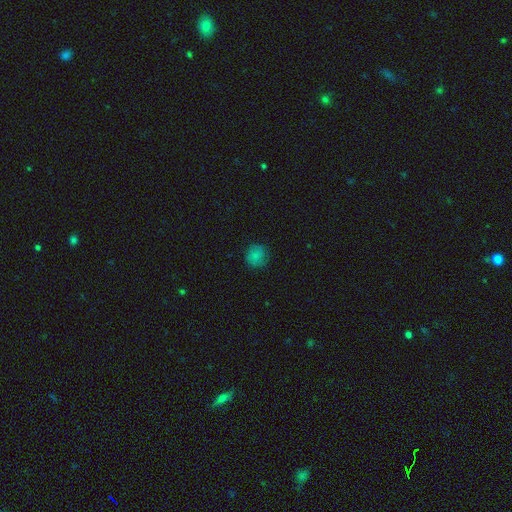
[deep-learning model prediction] This is likely a smooth galaxy (78%). How rounded: clearly round (87%). Merging: likely none (79%).